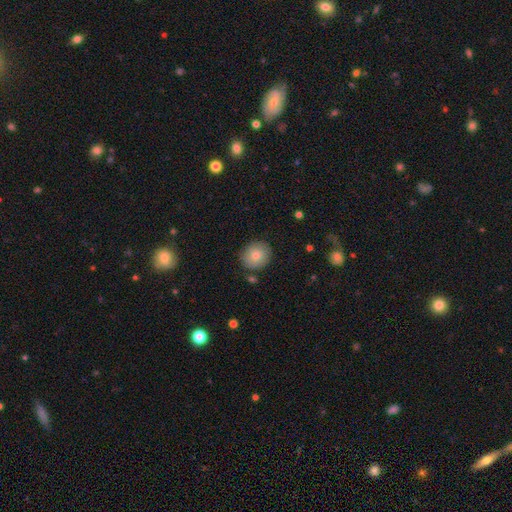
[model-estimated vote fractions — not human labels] Smooth or featured: smooth — 74% (featured or disk — 18%)
How rounded: round — 79% (in between — 21%)
Merging: none — 81% (minor disturbance — 13%)